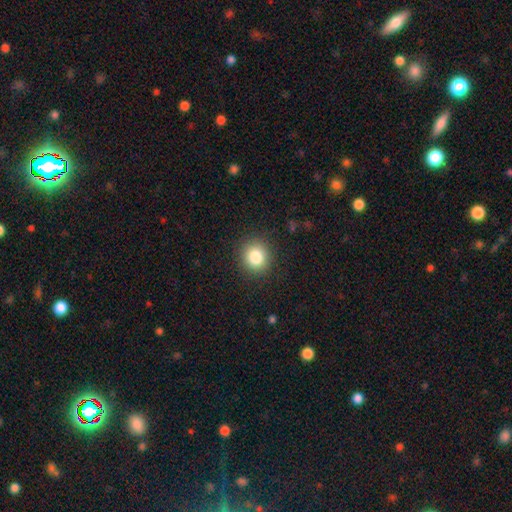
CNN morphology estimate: A smooth galaxy with no disk features (83%) that is round (86%). Merging: none (89%).